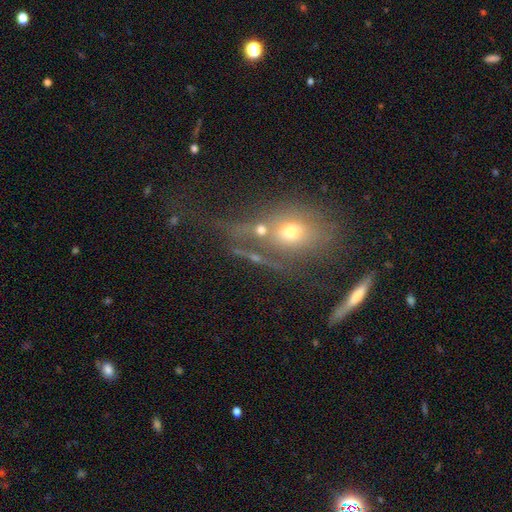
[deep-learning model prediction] Smooth or featured? smooth (42%)
Merging? none (40%)